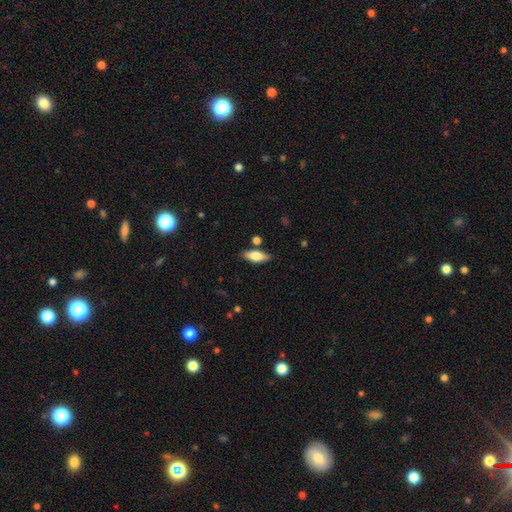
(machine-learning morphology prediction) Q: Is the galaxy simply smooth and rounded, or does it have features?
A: smooth — 67%.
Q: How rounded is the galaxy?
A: in between — 68%.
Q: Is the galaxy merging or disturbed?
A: none — 82%.